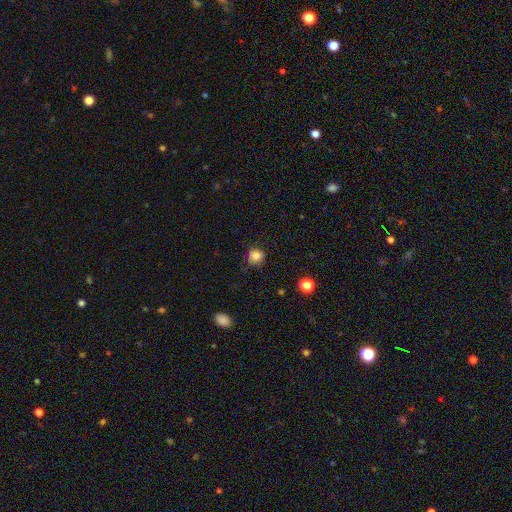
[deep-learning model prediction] Q: Smooth or featured?
A: smooth (83%); runner-up: star or artifact (12%)
Q: How rounded?
A: round (87%); runner-up: in between (12%)
Q: Merging?
A: none (78%); runner-up: minor disturbance (17%)